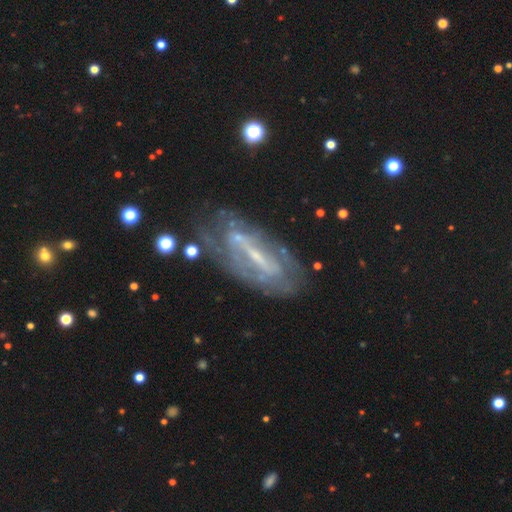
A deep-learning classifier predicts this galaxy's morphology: Smooth or featured? featured or disk (78%)
Edge-on disk? no (81%)
Bar? strong (54%)
Spiral arms? yes (65%)
Bulge size? small (59%)
Merging? none (64%)